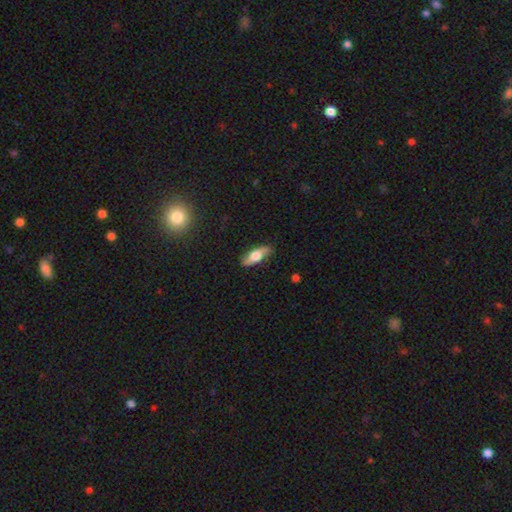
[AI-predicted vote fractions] Smooth or featured? Predicted: smooth (p=0.59). How rounded? Predicted: in between (p=0.68). Merging? Predicted: none (p=0.85).